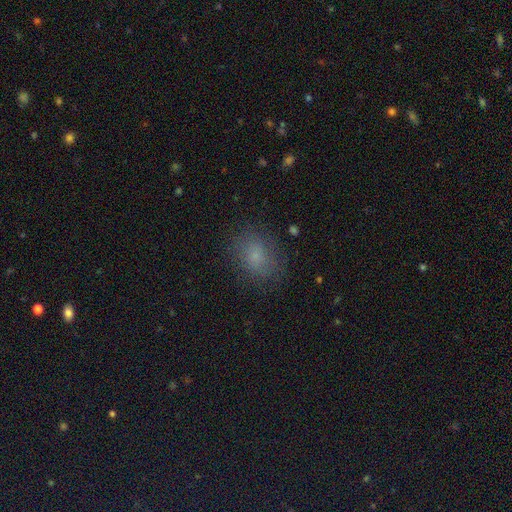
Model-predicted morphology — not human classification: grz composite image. It shows a smooth galaxy with no disk features (75%) that is in between round and cigar-shaped (54%). Merging: none (79%).